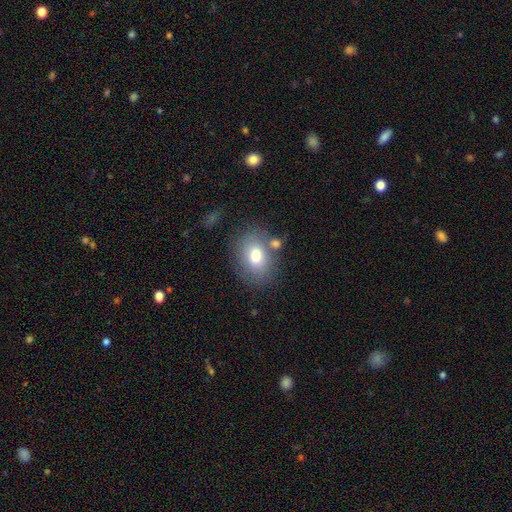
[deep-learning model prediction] This is likely a smooth galaxy (75%). How rounded: likely in between (69%). Merging: likely none (68%).